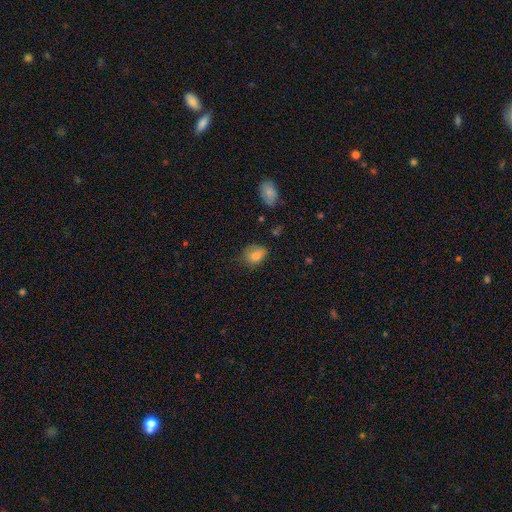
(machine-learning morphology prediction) A smooth galaxy with no disk features (81%) that is in between round and cigar-shaped (62%).

Vote fractions:
- Smooth or featured? smooth: 81% / star or artifact: 10% / featured or disk: 10%
- How rounded? in between: 62% / round: 37% / cigar-shaped: 1%
- Merging? none: 60% / minor disturbance: 29% / major disturbance: 8% / merger: 2%